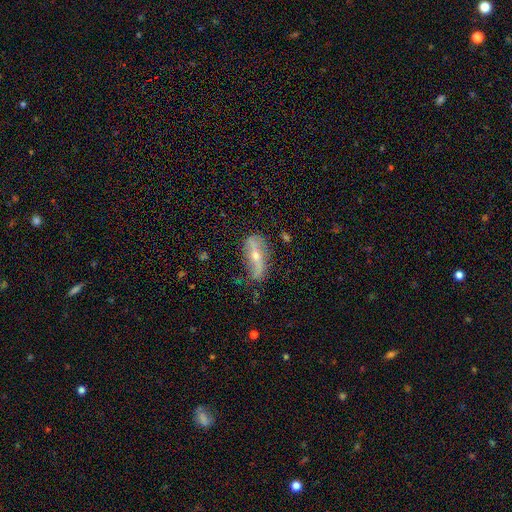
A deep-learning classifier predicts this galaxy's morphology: Smooth or featured? Predicted: featured or disk (p=0.69). Edge-on disk? Predicted: no (p=0.73). Bar? Predicted: strong (p=0.49). Spiral arms? Predicted: yes (p=0.68). Bulge size? Predicted: small (p=0.52). Merging? Predicted: none (p=0.60).